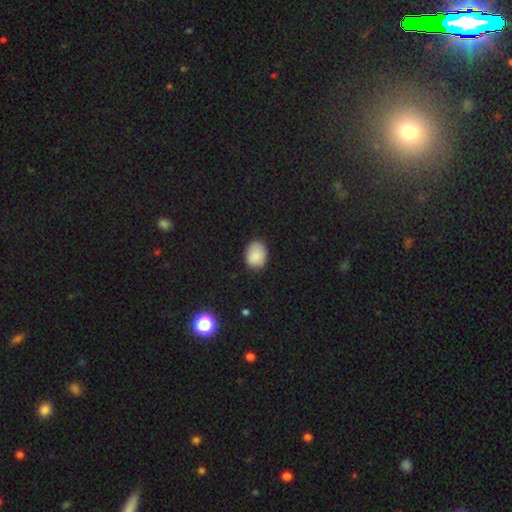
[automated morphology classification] type=smooth (86%); roundness=round (51%); merging=none (81%).